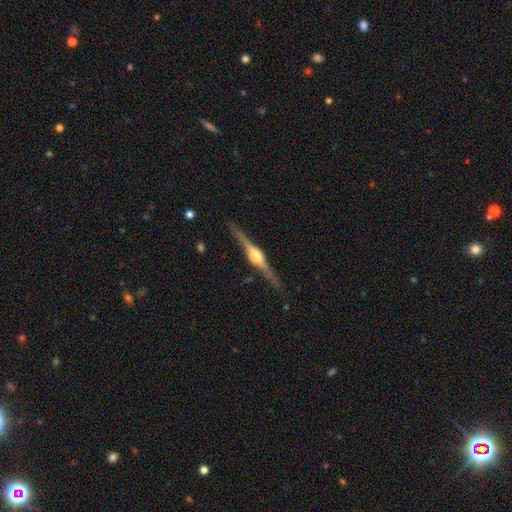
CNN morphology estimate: The model was most divided on "smooth or featured": featured or disk: 87%, smooth: 8%, star or artifact: 5%. More confident: edge-on disk — yes (98%); edge-on bulge — rounded (90%); merging — none (89%).